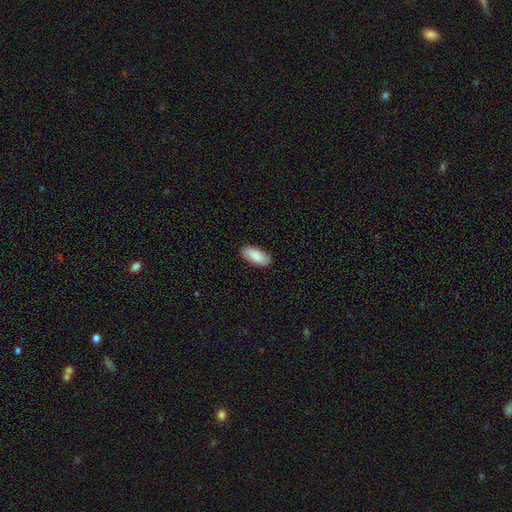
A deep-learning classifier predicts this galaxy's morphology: This appears to be a smooth galaxy with no disk features (88%) that is in between round and cigar-shaped (90%). Merging: none (88%).